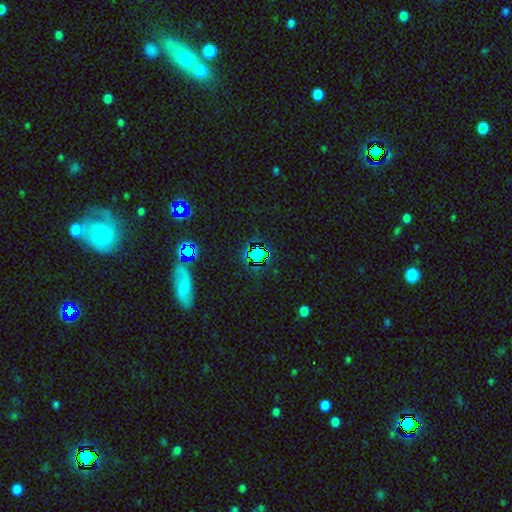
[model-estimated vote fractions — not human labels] Smooth or featured? Predicted: star or artifact (p=0.71).